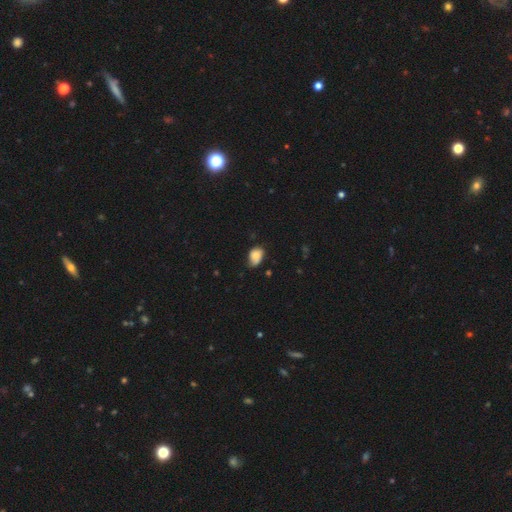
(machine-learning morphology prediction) Smooth or featured?
  - smooth: 77% *
  - featured or disk: 14%
  - star or artifact: 8%
How rounded?
  - in between: 79% *
  - round: 20%
  - cigar-shaped: 1%
Merging?
  - none: 48% *
  - minor disturbance: 40%
  - major disturbance: 9%
  - merger: 2%